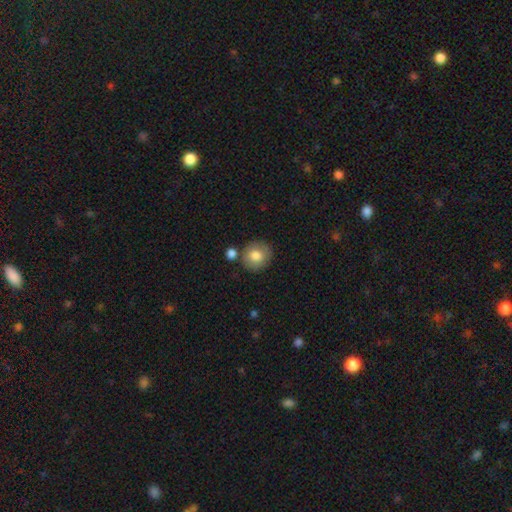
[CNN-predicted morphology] smooth 80%, featured or disk 12%, star or artifact 8%. Down the decision tree: how rounded — round (82%); merging — none (77%).